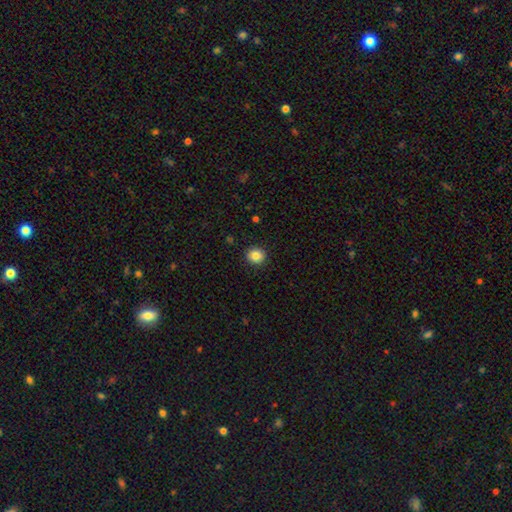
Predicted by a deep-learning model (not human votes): The model was most divided on "smooth or featured": smooth: 85%, star or artifact: 10%, featured or disk: 6%. More confident: merging — none (92%); how rounded — round (87%).